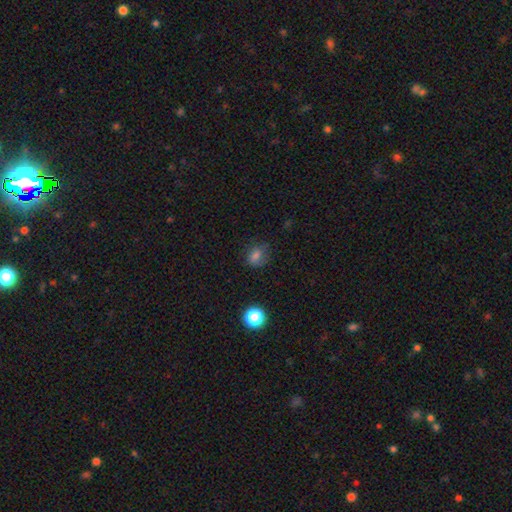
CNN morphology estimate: smooth-or-featured: smooth: 74% | star or artifact: 16% | featured or disk: 10%
  how-rounded: round: 55% | in between: 44% | cigar-shaped: 1%
  merging: none: 70% | minor disturbance: 21% | major disturbance: 8% | merger: 2%